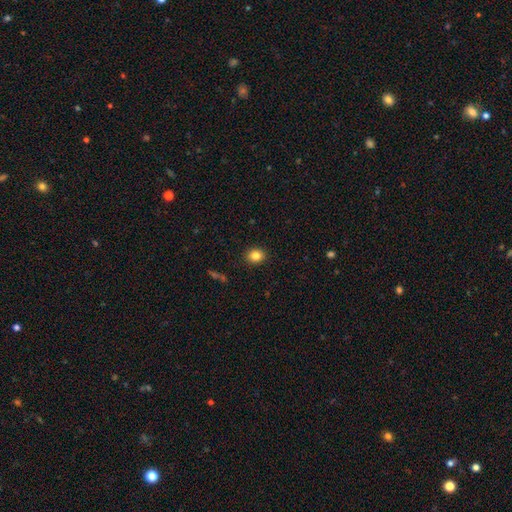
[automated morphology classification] smooth 83%, star or artifact 11%, featured or disk 6%. Down the decision tree: how rounded — round (68%); merging — none (91%).